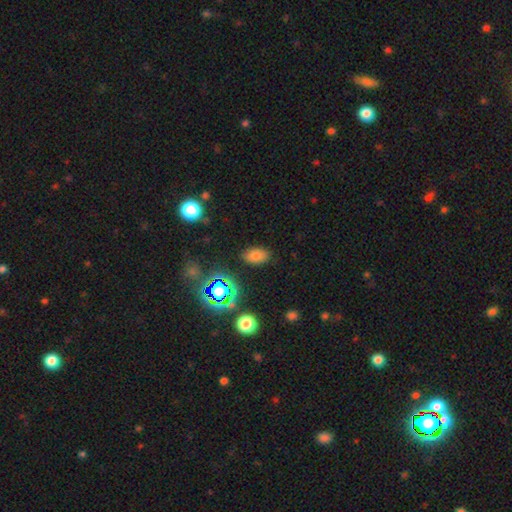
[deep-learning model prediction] This is likely a smooth galaxy (74%). How rounded: clearly in between (89%). Merging: clearly none (85%).